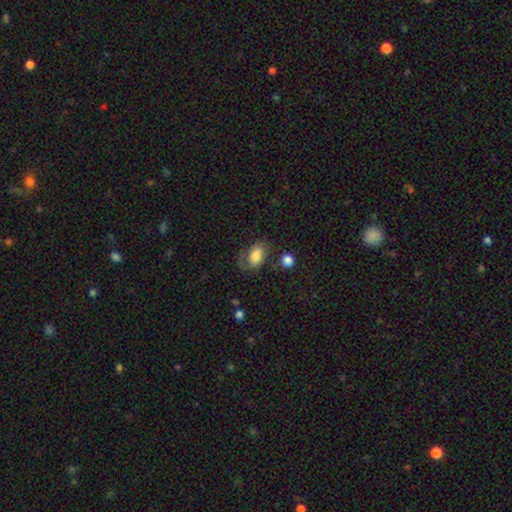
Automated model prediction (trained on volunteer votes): A smooth galaxy with no disk features (70%) that is in between round and cigar-shaped (88%). Merging: none (48%).